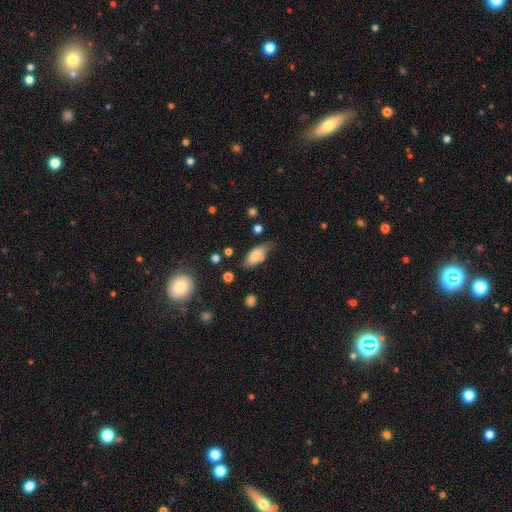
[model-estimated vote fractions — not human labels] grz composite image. It shows a smooth galaxy with no disk features (76%) that is in between round and cigar-shaped (82%). Merging: none (61%).